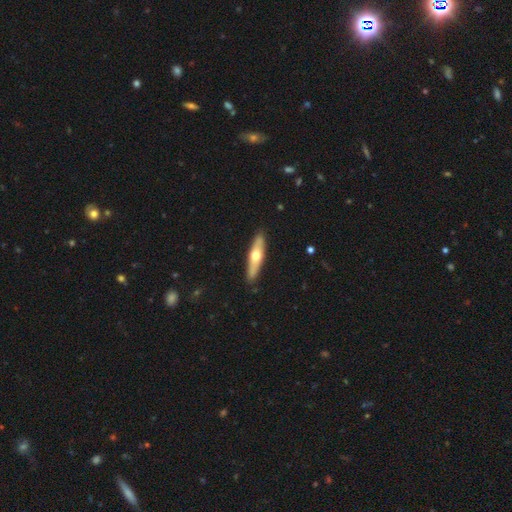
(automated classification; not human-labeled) Q: Smooth or featured?
A: smooth (48%); runner-up: featured or disk (47%)
Q: Merging?
A: none (89%); runner-up: minor disturbance (8%)